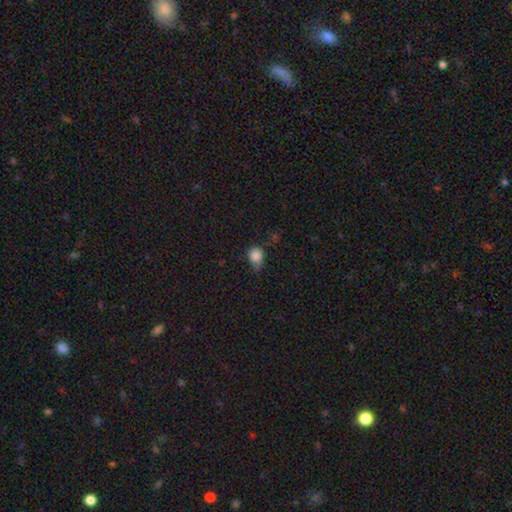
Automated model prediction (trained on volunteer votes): Smooth or featured? smooth (84%)
How rounded? round (71%)
Merging? none (45%)